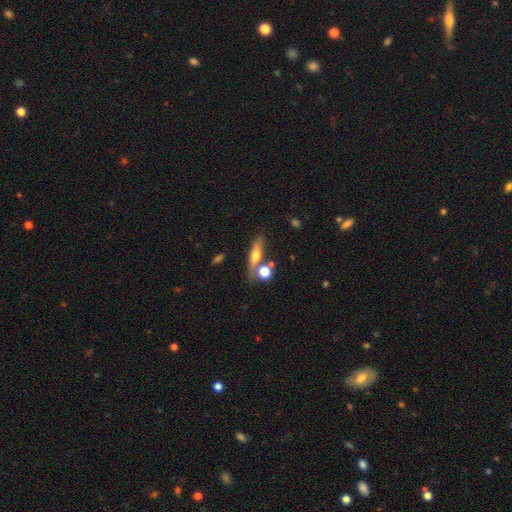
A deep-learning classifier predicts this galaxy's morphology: smooth 52%, featured or disk 39%, star or artifact 9%. Down the decision tree: how rounded — cigar-shaped (55%); merging — none (64%).